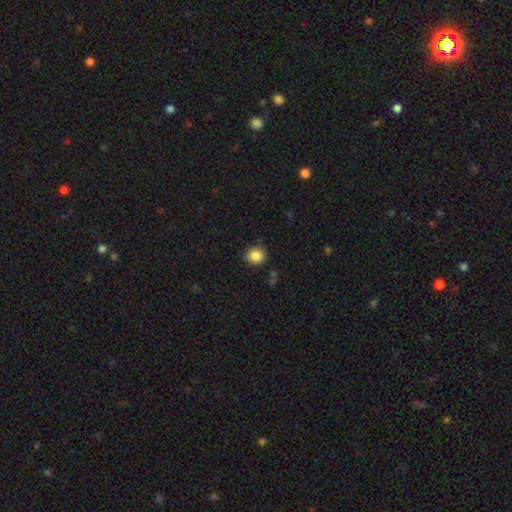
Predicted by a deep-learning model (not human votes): Smooth or featured: smooth — 86% (star or artifact — 10%)
How rounded: round — 76% (in between — 23%)
Merging: none — 86% (minor disturbance — 10%)